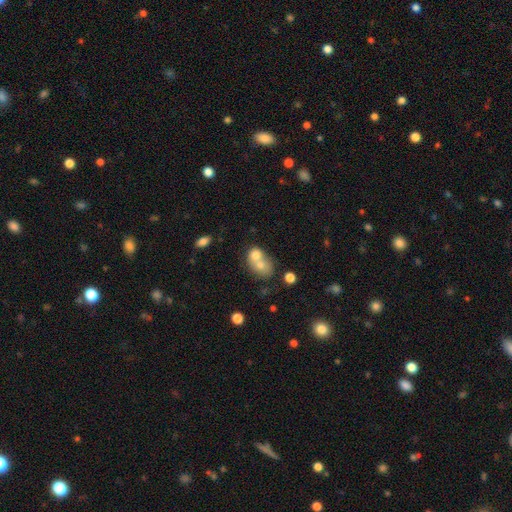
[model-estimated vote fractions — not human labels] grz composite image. It shows a smooth galaxy with no disk features (69%) that is in between round and cigar-shaped (50%). Merging: merger (73%).